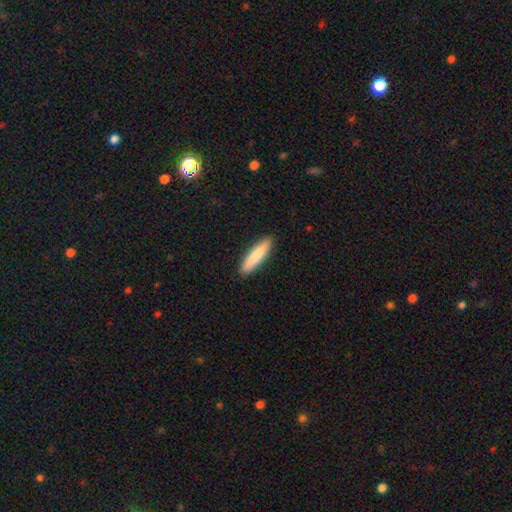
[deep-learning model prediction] smooth 83%, featured or disk 12%, star or artifact 5%. Down the decision tree: how rounded — cigar-shaped (85%); merging — none (91%).